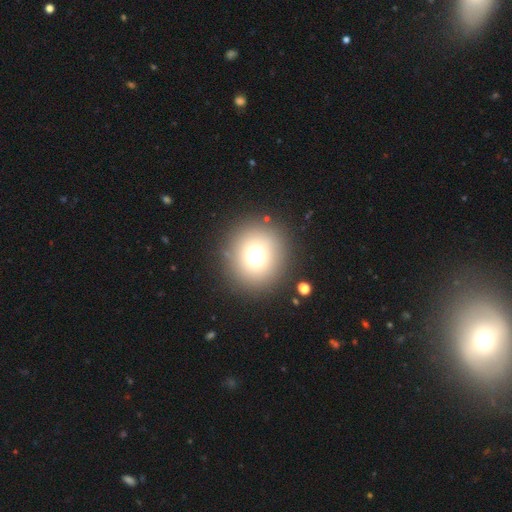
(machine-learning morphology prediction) Smooth or featured? smooth (70%)
How rounded? round (93%)
Merging? none (87%)